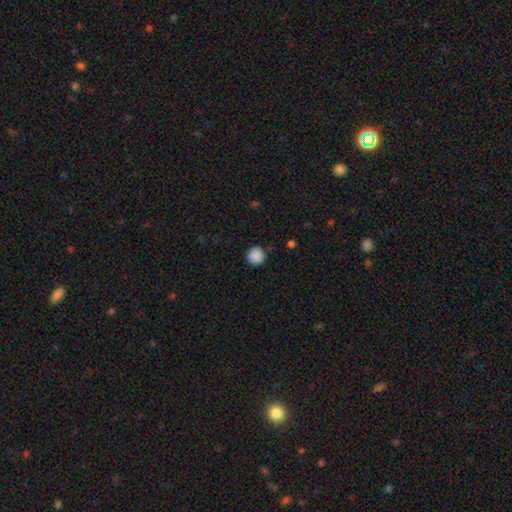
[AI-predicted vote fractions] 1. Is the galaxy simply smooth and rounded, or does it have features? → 89% smooth, 9% star or artifact, 2% featured or disk.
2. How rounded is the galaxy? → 94% round, 5% in between, 1% cigar-shaped.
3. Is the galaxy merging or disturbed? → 89% none, 8% minor disturbance, 2% major disturbance, 1% merger.